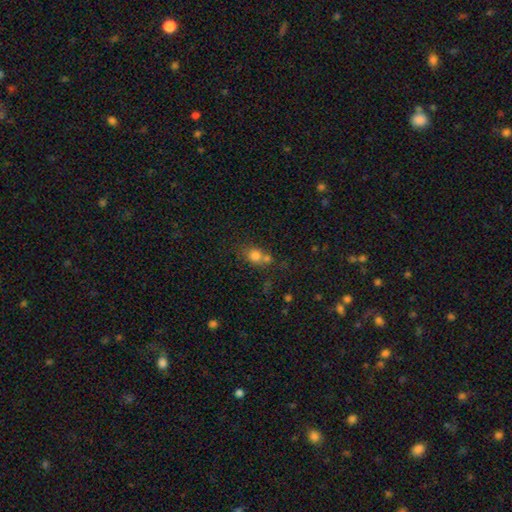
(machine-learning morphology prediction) Smooth or featured? smooth (76%)
How rounded? round (67%)
Merging? none (43%)